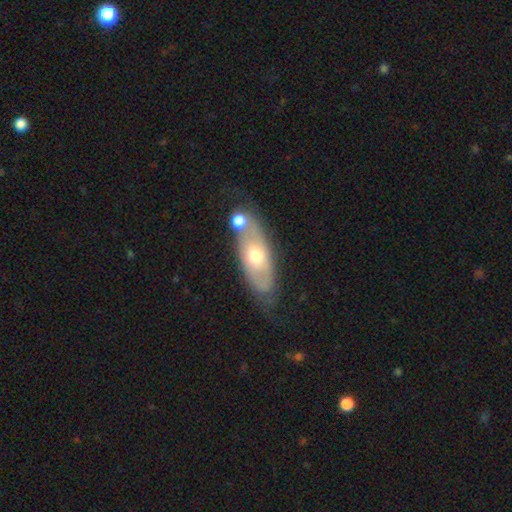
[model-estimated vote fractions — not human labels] Smooth or featured? featured or disk (49%)
Merging? none (59%)